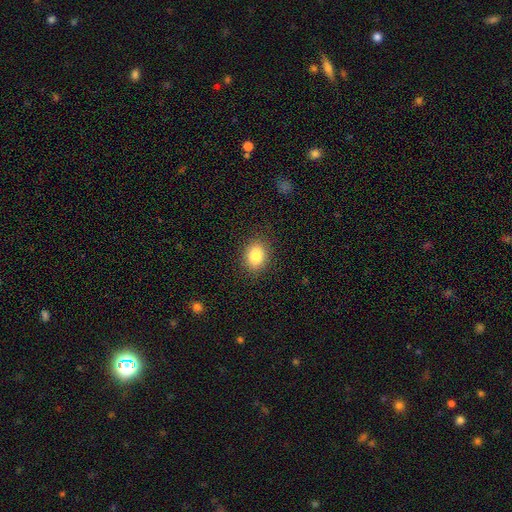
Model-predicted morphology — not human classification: Q: Smooth or featured?
A: smooth (84%); runner-up: star or artifact (9%)
Q: How rounded?
A: in between (53%); runner-up: round (46%)
Q: Merging?
A: none (88%); runner-up: minor disturbance (9%)